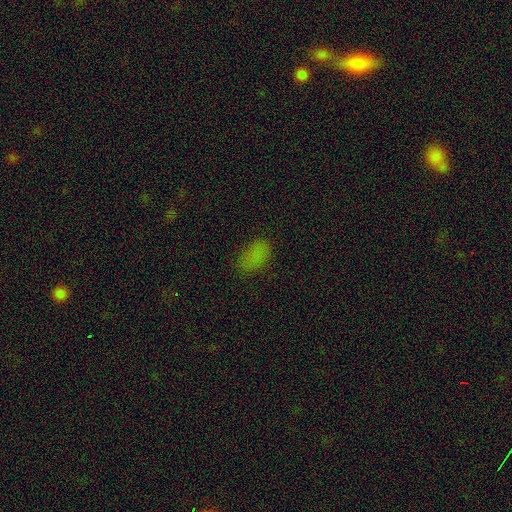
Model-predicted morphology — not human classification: smooth_or_featured: smooth (p=0.76) [alt: star or artifact p=0.18]
how_rounded: in between (p=0.91) [alt: round p=0.06]
merging: none (p=0.76) [alt: minor disturbance p=0.17]